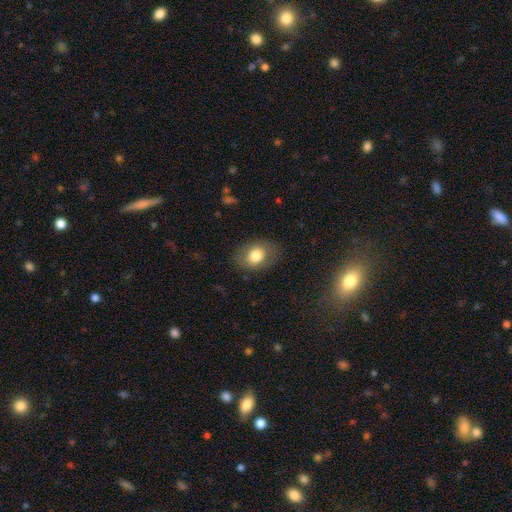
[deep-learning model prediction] smooth 76%, featured or disk 16%, star or artifact 8%. Down the decision tree: how rounded — in between (73%); merging — none (80%).